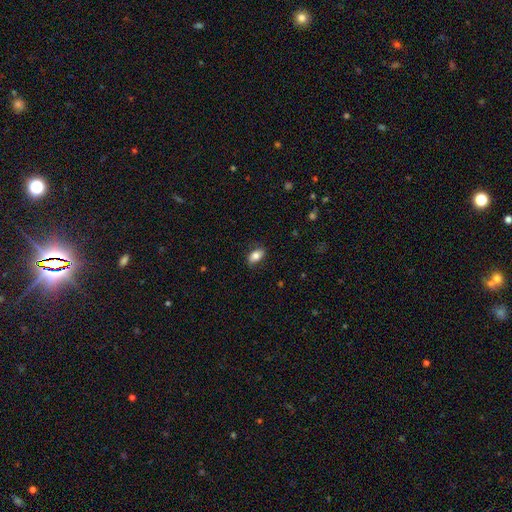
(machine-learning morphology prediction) This appears to be a smooth galaxy with no disk features (80%) that is in between round and cigar-shaped (90%). Merging: none (81%).